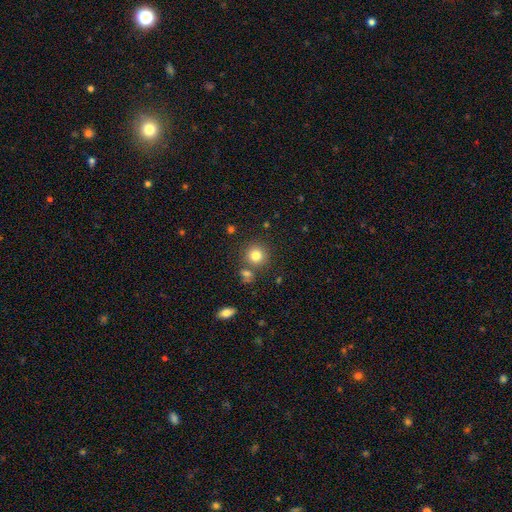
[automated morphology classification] A smooth galaxy with no disk features (81%) that is round (90%). Merging: none (75%).